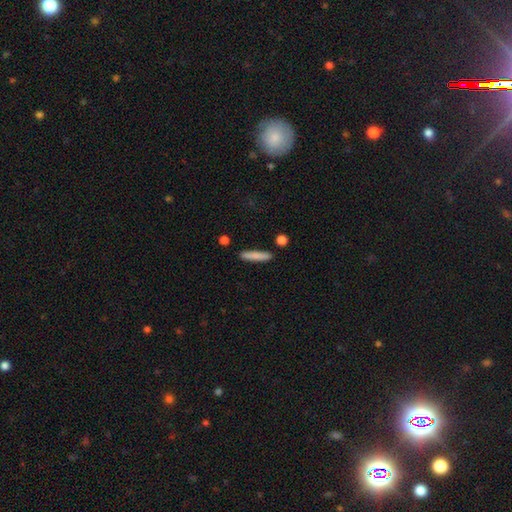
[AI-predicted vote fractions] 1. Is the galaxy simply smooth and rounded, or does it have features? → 81% smooth, 13% featured or disk, 6% star or artifact.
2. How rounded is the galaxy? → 91% cigar-shaped, 8% in between, 2% round.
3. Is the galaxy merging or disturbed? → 88% none, 8% minor disturbance, 3% merger, 2% major disturbance.